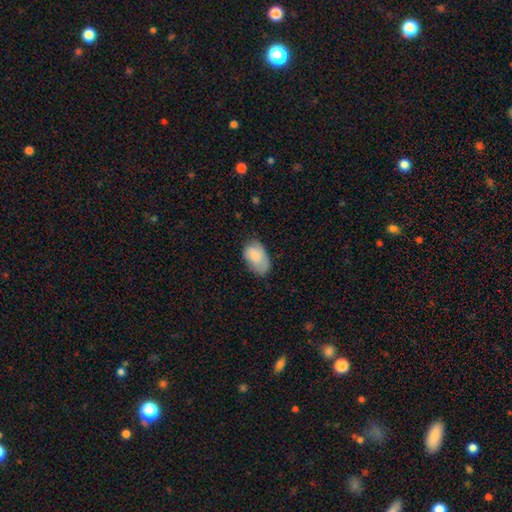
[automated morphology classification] The model was most divided on "merging": none: 55%, minor disturbance: 34%, major disturbance: 10%, merger: 2%. More confident: how rounded — in between (91%); smooth or featured — smooth (82%).